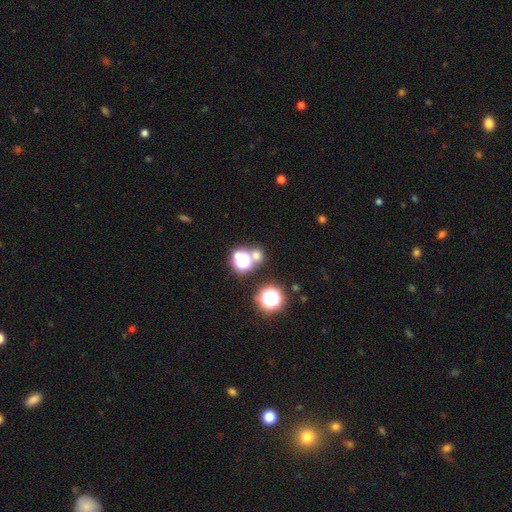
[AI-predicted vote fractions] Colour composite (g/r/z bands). It shows a smooth galaxy with no disk features (52%) that is round (83%). Merging: none (68%).